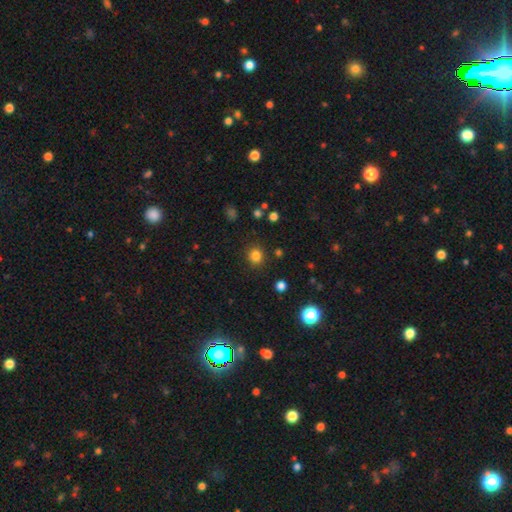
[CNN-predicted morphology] Smooth or featured?
  - smooth: 82% *
  - star or artifact: 13%
  - featured or disk: 4%
How rounded?
  - round: 84% *
  - in between: 15%
  - cigar-shaped: 1%
Merging?
  - none: 87% *
  - minor disturbance: 8%
  - major disturbance: 3%
  - merger: 2%